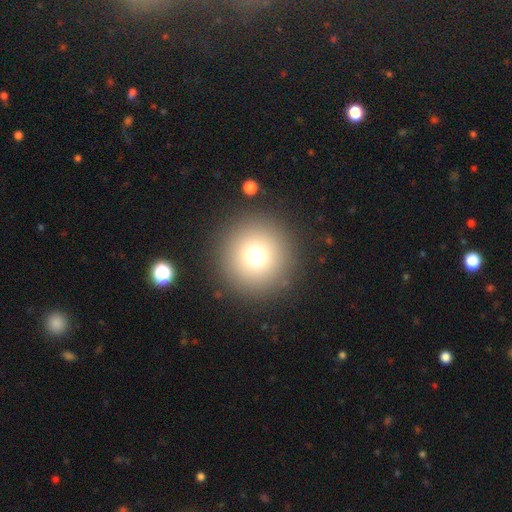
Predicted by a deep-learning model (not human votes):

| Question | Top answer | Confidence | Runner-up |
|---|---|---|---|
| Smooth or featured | smooth | 73% | star or artifact (17%) |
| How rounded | round | 96% | in between (3%) |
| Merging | none | 90% | minor disturbance (5%) |